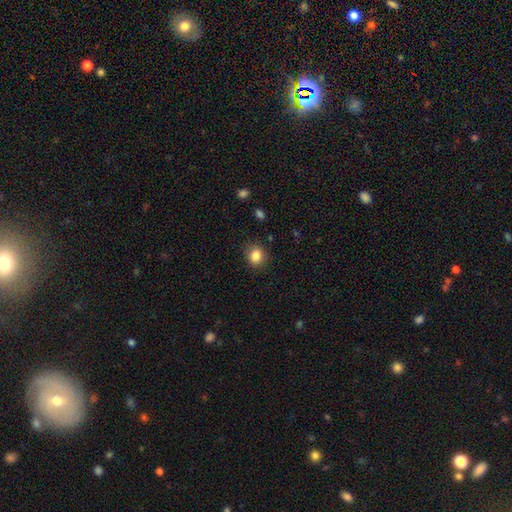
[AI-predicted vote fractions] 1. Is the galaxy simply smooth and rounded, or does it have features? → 85% smooth, 10% star or artifact, 5% featured or disk.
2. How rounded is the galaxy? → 73% round, 27% in between, 1% cigar-shaped.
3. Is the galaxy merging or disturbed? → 85% none, 11% minor disturbance, 3% major disturbance, 1% merger.